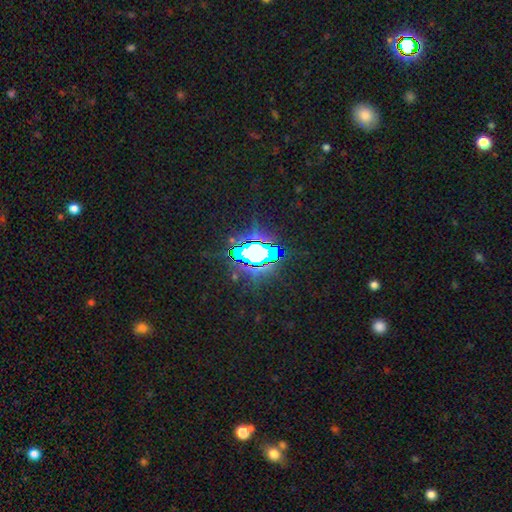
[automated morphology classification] Smooth or featured?
  - star or artifact: 71% *
  - smooth: 16%
  - featured or disk: 13%